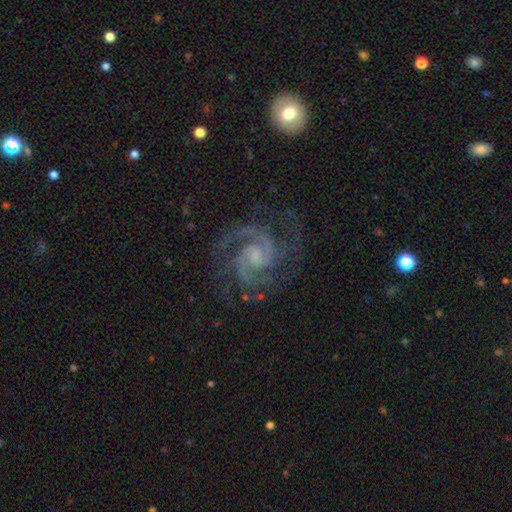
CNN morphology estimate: Smooth or featured? featured or disk (93%)
Edge-on disk? no (98%)
Bar? no (50%)
Spiral arms? yes (99%)
Spiral winding? tight (49%)
Spiral arm count? 2 (73%)
Bulge size? small (61%)
Merging? none (76%)